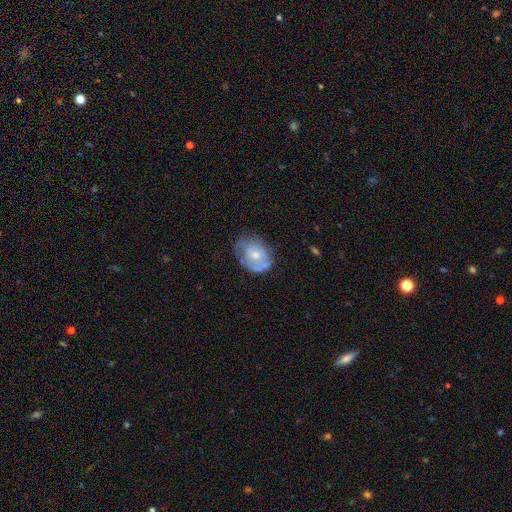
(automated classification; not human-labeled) Q: Smooth or featured?
A: featured or disk (54%); runner-up: smooth (38%)
Q: Edge-on disk?
A: no (97%); runner-up: yes (3%)
Q: Bar?
A: no (82%); runner-up: weak (16%)
Q: Spiral arms?
A: no (51%); runner-up: yes (49%)
Q: Bulge size?
A: moderate (50%); runner-up: small (42%)
Q: Merging?
A: none (48%); runner-up: minor disturbance (31%)